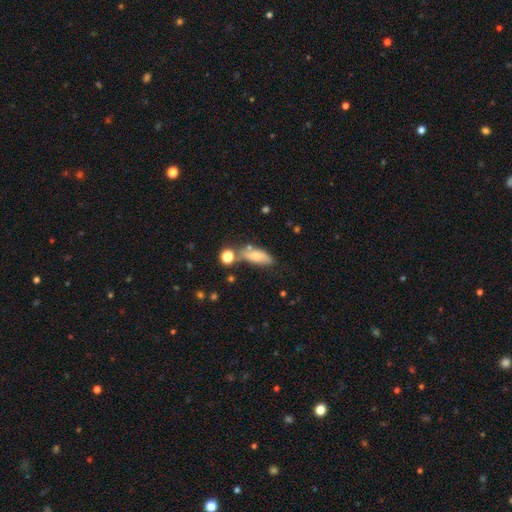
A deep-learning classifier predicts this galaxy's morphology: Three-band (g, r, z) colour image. It shows a smooth galaxy with no disk features (69%) that is in between round and cigar-shaped (70%). Merging: none (51%).